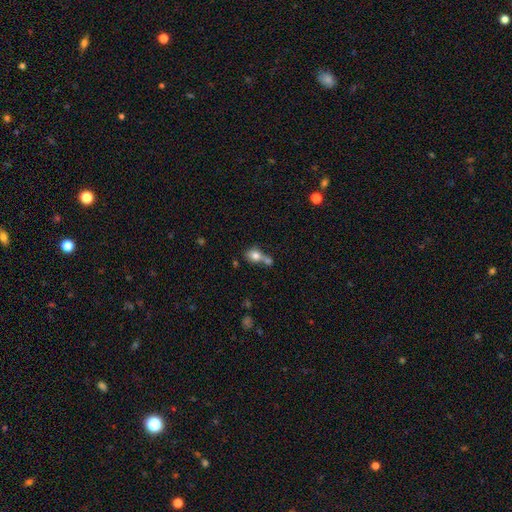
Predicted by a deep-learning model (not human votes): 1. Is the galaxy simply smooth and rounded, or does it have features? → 77% smooth, 14% featured or disk, 10% star or artifact.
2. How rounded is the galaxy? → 49% round (tied), 49% in between (tied), 2% cigar-shaped.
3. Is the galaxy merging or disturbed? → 52% merger, 30% none, 11% minor disturbance, 7% major disturbance.